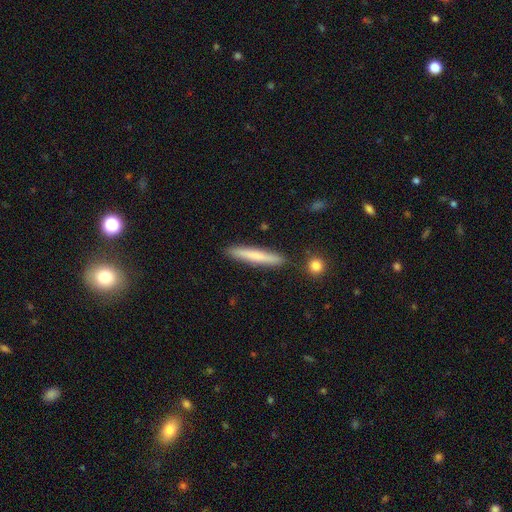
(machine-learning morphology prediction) smooth_or_featured: smooth (p=0.70) [alt: featured or disk p=0.24]
how_rounded: cigar-shaped (p=0.95) [alt: in between p=0.04]
merging: none (p=0.88) [alt: minor disturbance p=0.08]